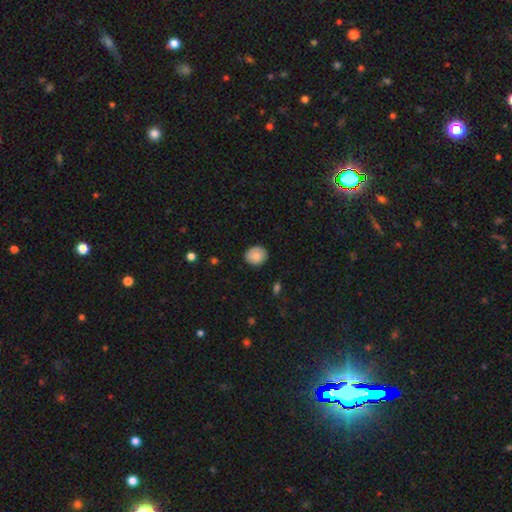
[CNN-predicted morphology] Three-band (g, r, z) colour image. It shows a smooth galaxy with no disk features (82%) that is round (75%). Merging: none (85%).